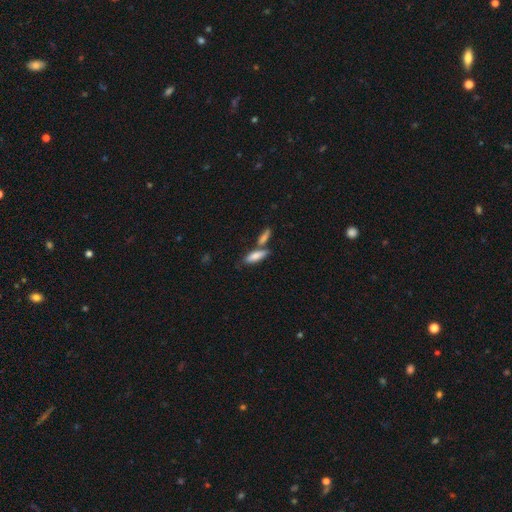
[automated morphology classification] Smooth or featured? smooth (78%)
How rounded? in between (56%)
Merging? none (54%)